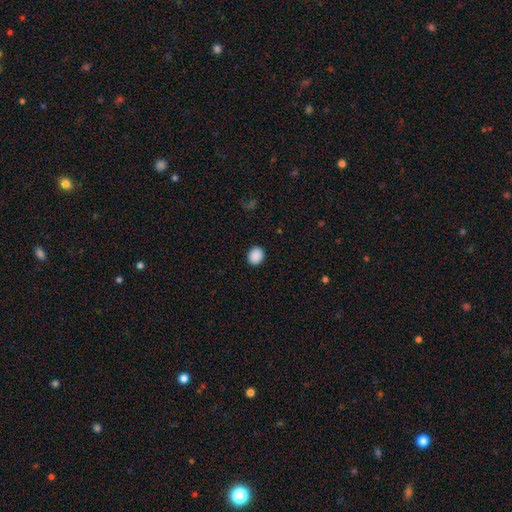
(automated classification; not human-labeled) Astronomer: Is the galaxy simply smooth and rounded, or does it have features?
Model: smooth — 90%.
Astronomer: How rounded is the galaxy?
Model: round — 68%.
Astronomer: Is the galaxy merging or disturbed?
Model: none — 91%.